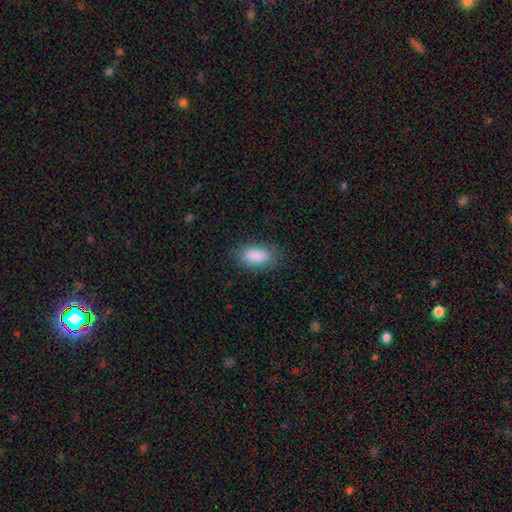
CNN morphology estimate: smooth 88%, star or artifact 7%, featured or disk 4%. Down the decision tree: how rounded — in between (91%); merging — none (80%).